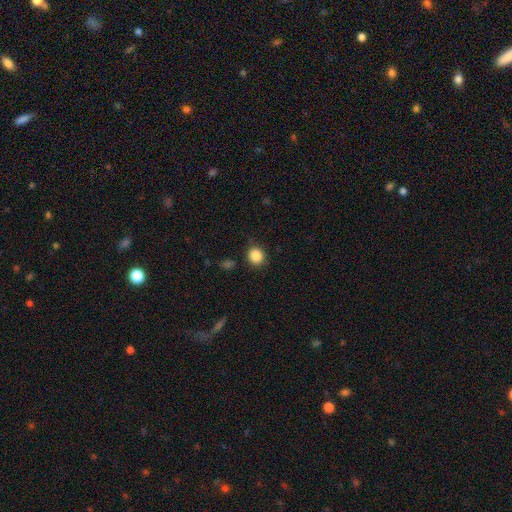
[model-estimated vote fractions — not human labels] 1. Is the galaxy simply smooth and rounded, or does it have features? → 87% smooth, 10% star or artifact, 4% featured or disk.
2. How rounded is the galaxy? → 83% round, 16% in between, 1% cigar-shaped.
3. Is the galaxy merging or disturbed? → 86% none, 9% minor disturbance, 3% major disturbance, 2% merger.